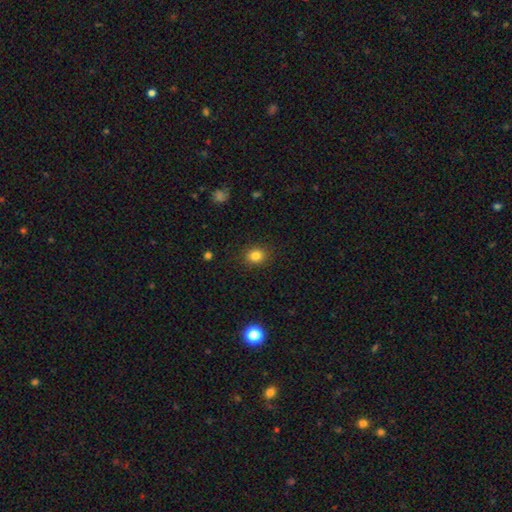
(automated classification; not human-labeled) The model was most divided on "how rounded": round: 71%, in between: 28%, cigar-shaped: 1%. More confident: merging — none (89%); smooth or featured — smooth (83%).